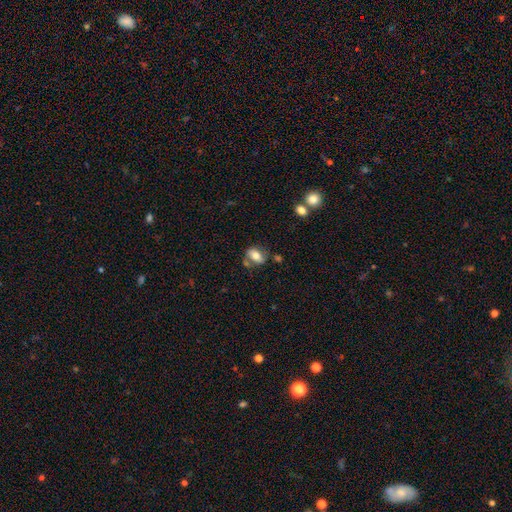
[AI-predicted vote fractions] The model was most divided on "smooth or featured": smooth: 64%, featured or disk: 28%, star or artifact: 8%. More confident: how rounded — in between (79%); merging — none (59%).